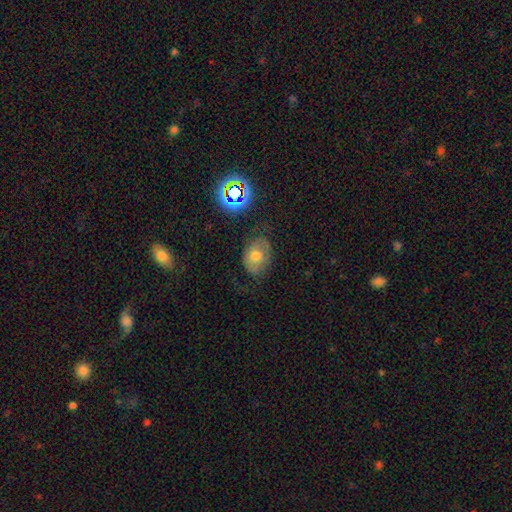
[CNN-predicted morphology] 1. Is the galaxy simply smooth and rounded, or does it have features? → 54% smooth, 31% featured or disk, 16% star or artifact.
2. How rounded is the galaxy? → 70% in between, 29% round, 1% cigar-shaped.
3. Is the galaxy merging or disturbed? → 60% none, 25% minor disturbance, 13% major disturbance, 2% merger.